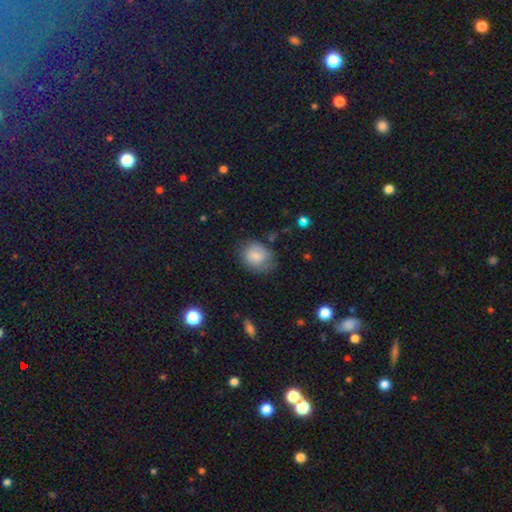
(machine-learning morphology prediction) Q: Smooth or featured?
A: smooth (77%); runner-up: featured or disk (15%)
Q: How rounded?
A: round (52%); runner-up: in between (47%)
Q: Merging?
A: none (59%); runner-up: minor disturbance (28%)